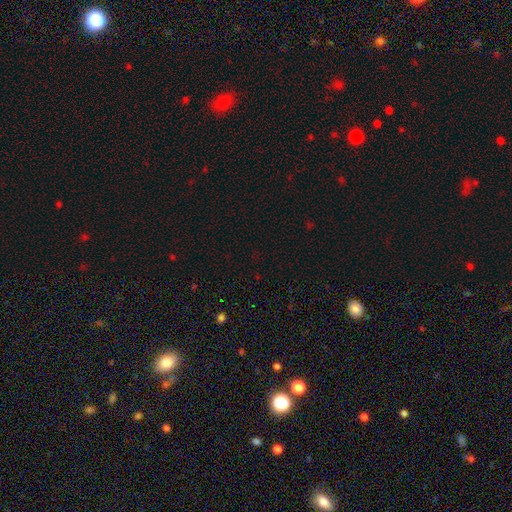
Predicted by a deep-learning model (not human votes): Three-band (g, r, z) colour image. It shows a star or artifact, not a galaxy (69%).